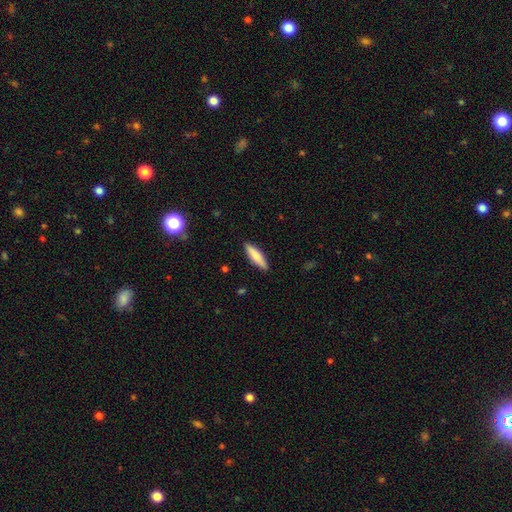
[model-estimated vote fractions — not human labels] This is likely a smooth galaxy (78%). How rounded: likely cigar-shaped (68%). Merging: clearly none (89%).